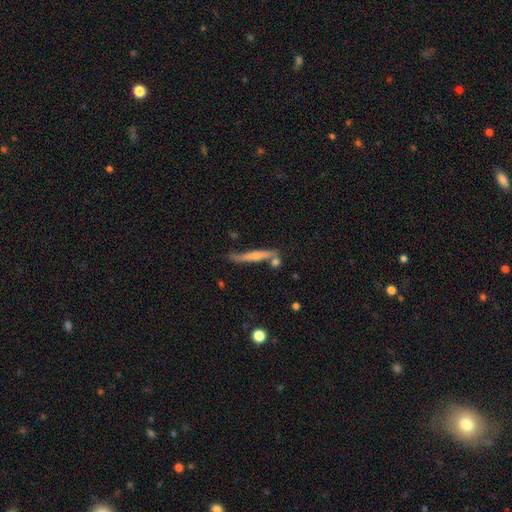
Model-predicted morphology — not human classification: A featured or disk galaxy (61%) viewed edge-on (93%) with a rounded central bulge (67%).

Vote fractions:
- Smooth or featured? featured or disk: 61% / smooth: 32% / star or artifact: 7%
- Edge-on disk? yes: 93% / no: 7%
- Edge-on bulge? rounded: 67% / none: 24% / boxy: 9%
- Merging? none: 70% / minor disturbance: 16% / merger: 10% / major disturbance: 4%